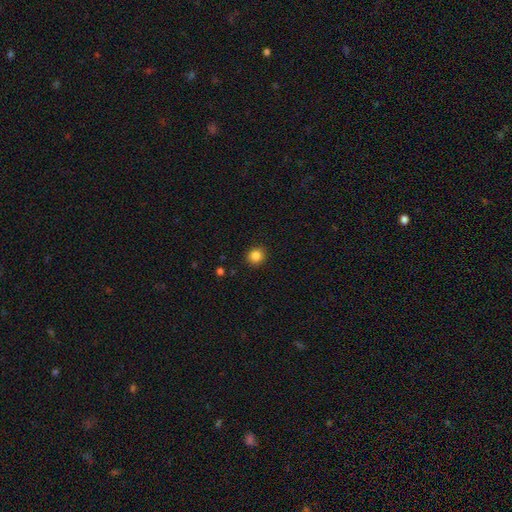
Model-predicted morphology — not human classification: smooth 85%, star or artifact 11%, featured or disk 4%. Down the decision tree: how rounded — round (87%); merging — none (91%).